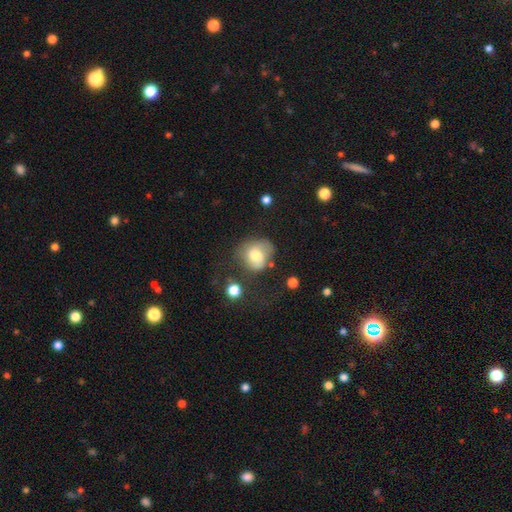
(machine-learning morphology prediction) Q: Smooth or featured?
A: smooth (67%); runner-up: featured or disk (24%)
Q: How rounded?
A: round (67%); runner-up: in between (32%)
Q: Merging?
A: none (47%); runner-up: minor disturbance (28%)